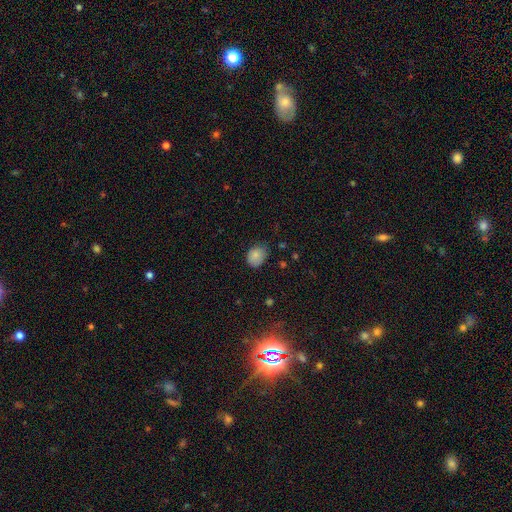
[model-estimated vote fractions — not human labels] Smooth or featured?
  - smooth: 83% *
  - star or artifact: 10%
  - featured or disk: 7%
How rounded?
  - in between: 57% *
  - round: 42%
  - cigar-shaped: 1%
Merging?
  - none: 59% *
  - minor disturbance: 33%
  - major disturbance: 6%
  - merger: 1%